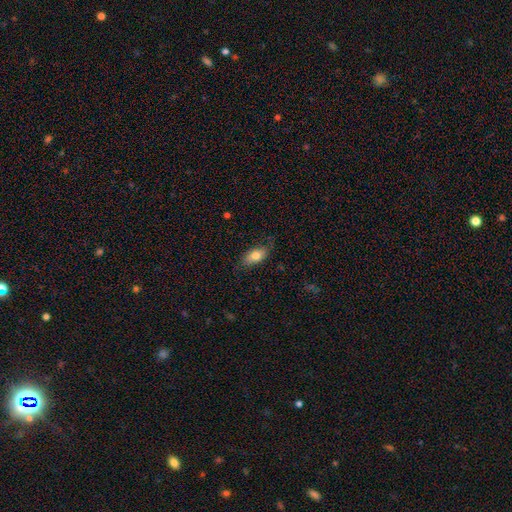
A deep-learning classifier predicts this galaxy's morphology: Smooth or featured?
  - smooth: 76% *
  - featured or disk: 17%
  - star or artifact: 7%
How rounded?
  - in between: 88% *
  - cigar-shaped: 8%
  - round: 4%
Merging?
  - none: 76% *
  - minor disturbance: 19%
  - major disturbance: 4%
  - merger: 1%